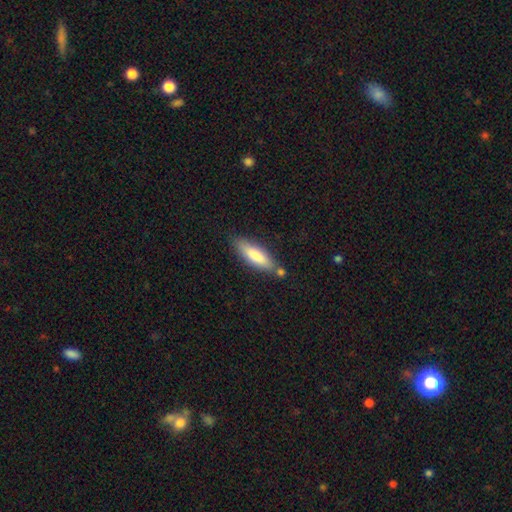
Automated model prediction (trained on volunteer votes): This is likely a smooth galaxy (79%). How rounded: possibly cigar-shaped (59%). Merging: likely none (71%).